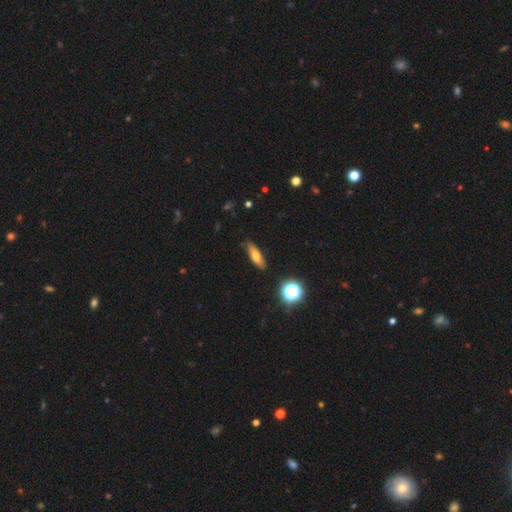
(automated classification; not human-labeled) Smooth or featured? Predicted: smooth (p=0.66). How rounded? Predicted: in between (p=0.50). Merging? Predicted: none (p=0.80).